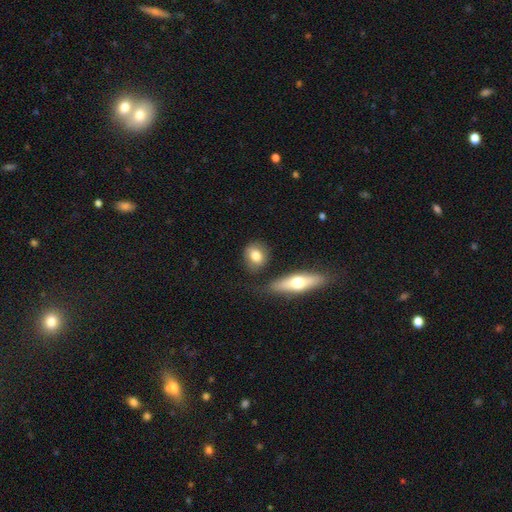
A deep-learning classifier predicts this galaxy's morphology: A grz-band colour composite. It shows a smooth galaxy with no disk features (77%) that is round (53%). Merging: none (76%).